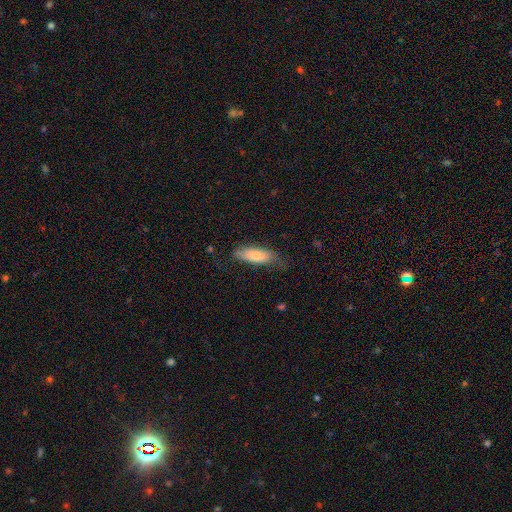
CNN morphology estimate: The model was most divided on "how rounded": in between: 59%, cigar-shaped: 39%, round: 2%. More confident: smooth or featured — smooth (79%); merging — none (67%).